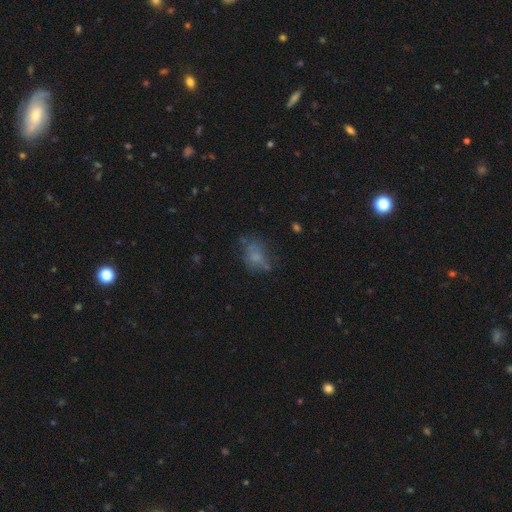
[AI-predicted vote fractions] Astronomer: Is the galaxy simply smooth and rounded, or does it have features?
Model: smooth — 58%.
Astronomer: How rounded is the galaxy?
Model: in between — 69%.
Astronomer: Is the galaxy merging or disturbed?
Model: none — 48% (runner-up: minor disturbance, 25%).